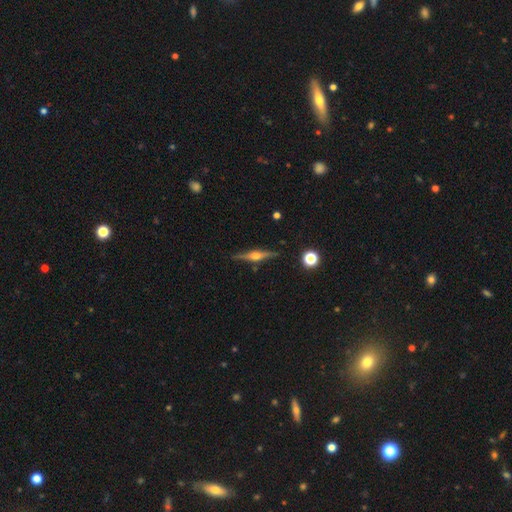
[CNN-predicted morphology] featured or disk 79%, smooth 15%, star or artifact 7%. Down the decision tree: edge-on disk — yes (98%); edge-on bulge — rounded (93%); merging — none (88%).